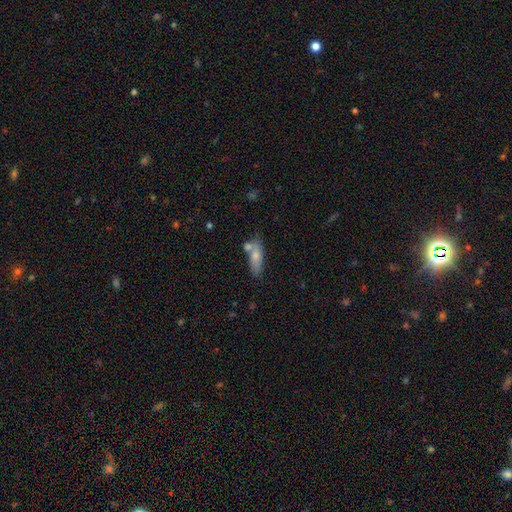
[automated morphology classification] smooth_or_featured: smooth (p=0.72) [alt: featured or disk p=0.20]
how_rounded: in between (p=0.65) [alt: cigar-shaped p=0.32]
merging: none (p=0.54) [alt: merger p=0.24]